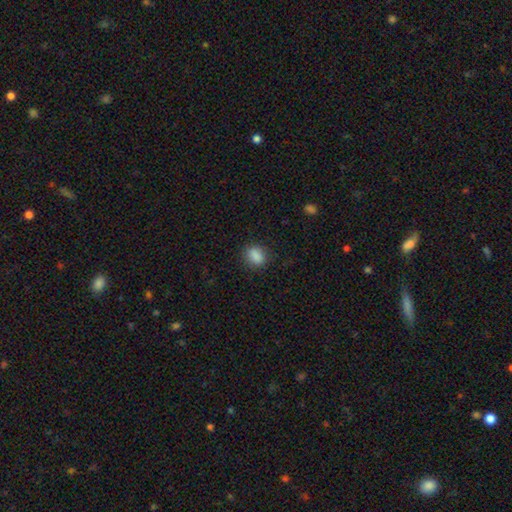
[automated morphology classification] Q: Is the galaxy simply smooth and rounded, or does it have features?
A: smooth — 86%.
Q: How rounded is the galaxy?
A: in between — 60%.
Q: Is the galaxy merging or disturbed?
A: none — 82%.